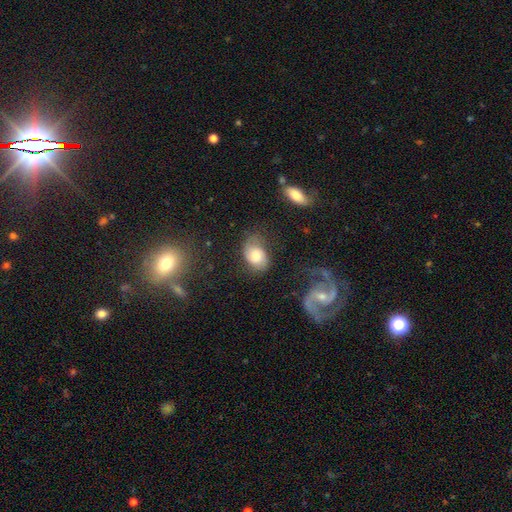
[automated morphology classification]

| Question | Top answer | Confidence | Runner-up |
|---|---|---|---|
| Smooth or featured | smooth | 56% | featured or disk (35%) |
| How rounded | in between | 75% | round (24%) |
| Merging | none | 52% | minor disturbance (28%) |